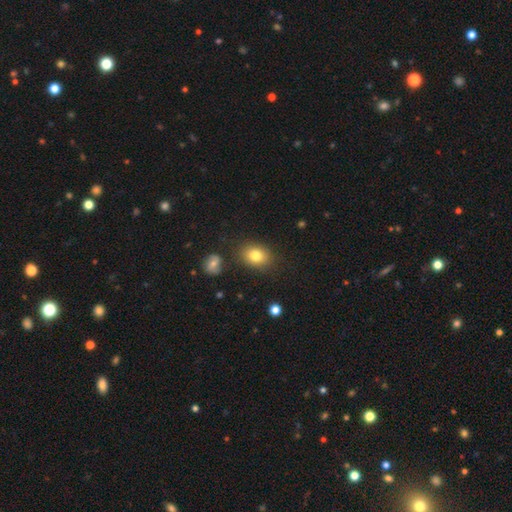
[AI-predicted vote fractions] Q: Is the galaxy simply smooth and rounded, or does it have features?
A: smooth — 81%.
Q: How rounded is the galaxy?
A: in between — 60%.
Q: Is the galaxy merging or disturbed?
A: none — 82%.